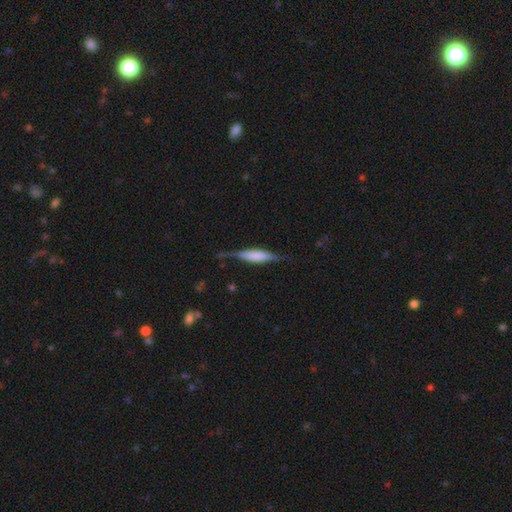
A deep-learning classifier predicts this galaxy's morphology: Q: Smooth or featured?
A: featured or disk (51%); runner-up: smooth (43%)
Q: Edge-on disk?
A: yes (94%); runner-up: no (6%)
Q: Merging?
A: none (71%); runner-up: minor disturbance (20%)